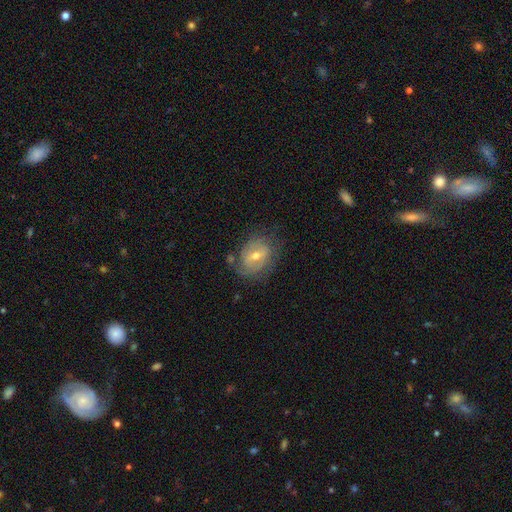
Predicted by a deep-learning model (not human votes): Overall: featured or disk (65%; smooth 27%). Edge-on disk: no (95%). Bar: weak (49%; no 31%). Spiral arms: yes (66%; no 34%). Bulge size: moderate (64%; small 32%). Merging: none (63%).